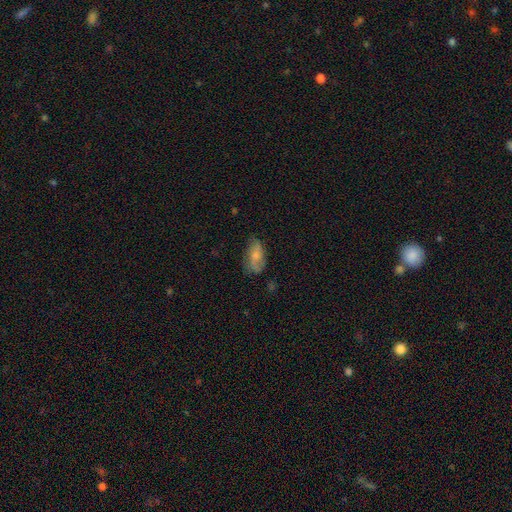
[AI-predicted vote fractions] A smooth galaxy with no disk features (62%) that is in between round and cigar-shaped (90%). Merging: none (58%).